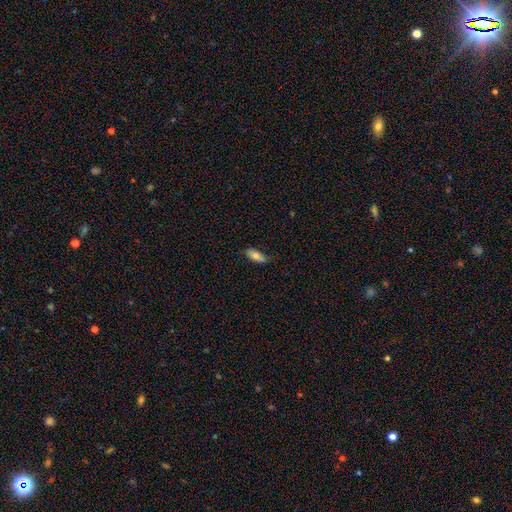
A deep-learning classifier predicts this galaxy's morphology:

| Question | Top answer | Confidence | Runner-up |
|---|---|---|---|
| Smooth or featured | smooth | 75% | featured or disk (19%) |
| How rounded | in between | 80% | cigar-shaped (18%) |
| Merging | none | 78% | minor disturbance (18%) |